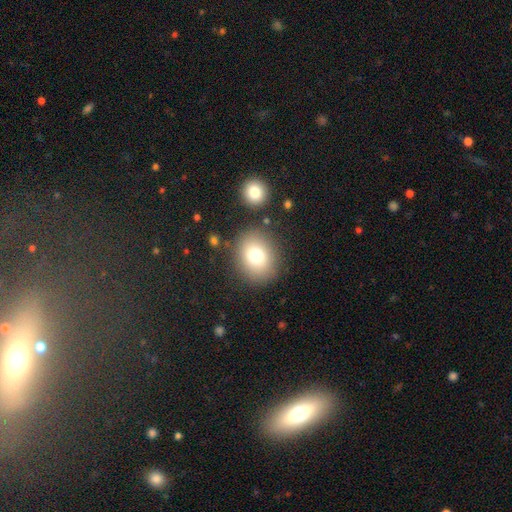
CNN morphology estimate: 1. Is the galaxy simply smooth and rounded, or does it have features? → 75% smooth, 13% star or artifact, 12% featured or disk.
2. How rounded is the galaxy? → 64% round, 35% in between, 1% cigar-shaped.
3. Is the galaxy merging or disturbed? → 82% none, 9% minor disturbance, 5% merger, 4% major disturbance.